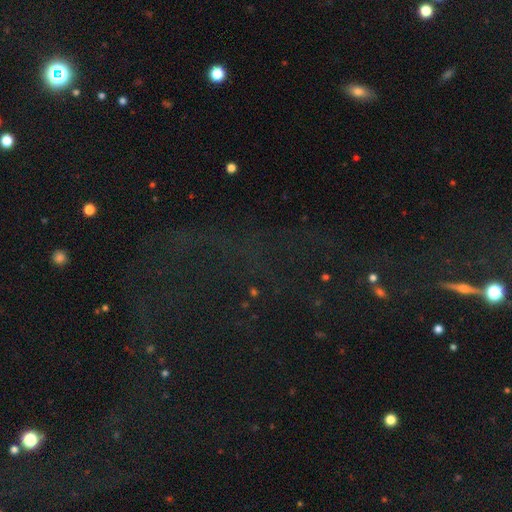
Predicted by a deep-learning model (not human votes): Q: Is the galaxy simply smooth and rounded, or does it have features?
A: star or artifact — 68%.